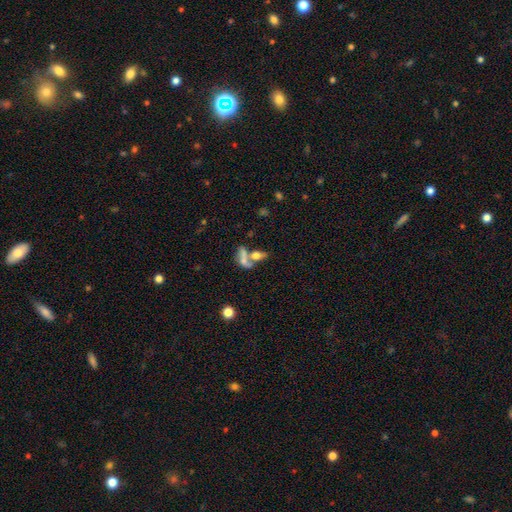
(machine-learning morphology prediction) A smooth galaxy with no disk features (59%) that is in between round and cigar-shaped (71%).

Vote fractions:
- Smooth or featured? smooth: 59% / featured or disk: 29% / star or artifact: 12%
- How rounded? in between: 71% / cigar-shaped: 15% / round: 15%
- Merging? merger: 61% / none: 24% / major disturbance: 8% / minor disturbance: 7%